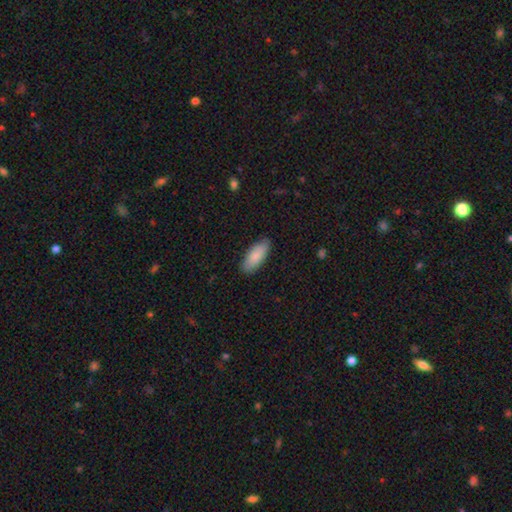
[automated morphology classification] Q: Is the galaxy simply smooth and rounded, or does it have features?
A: smooth — 86%.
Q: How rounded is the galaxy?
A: in between — 82%.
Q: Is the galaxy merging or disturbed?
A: none — 84%.